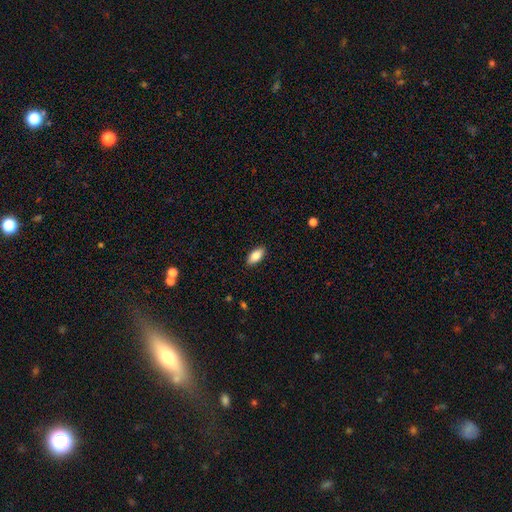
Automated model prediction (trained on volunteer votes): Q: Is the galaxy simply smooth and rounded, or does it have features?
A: smooth — 82%.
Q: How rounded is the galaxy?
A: in between — 90%.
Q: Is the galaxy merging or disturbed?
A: none — 89%.